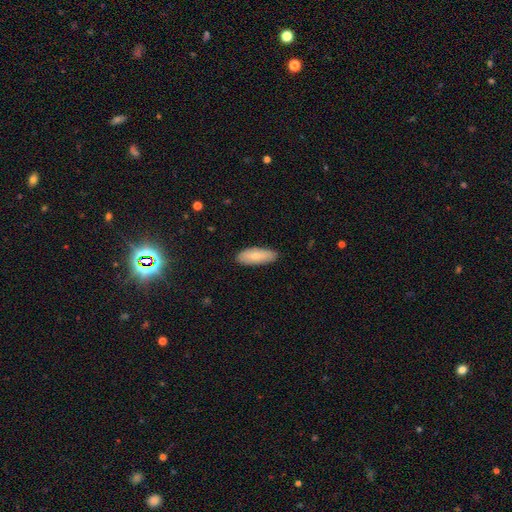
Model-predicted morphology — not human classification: Smooth or featured? Predicted: smooth (p=0.76). How rounded? Predicted: in between (p=0.71). Merging? Predicted: none (p=0.85).